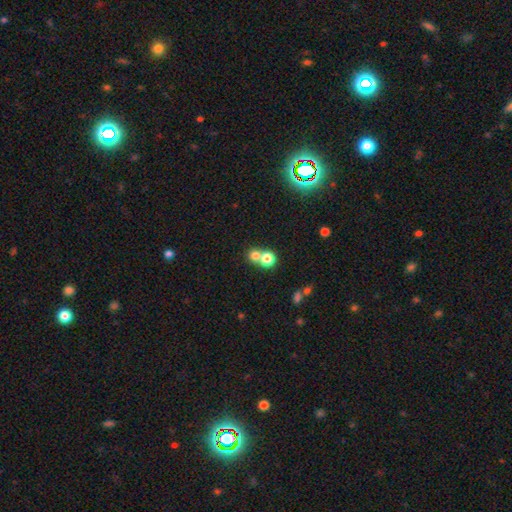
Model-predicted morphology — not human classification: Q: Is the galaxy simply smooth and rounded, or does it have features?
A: smooth — 73%.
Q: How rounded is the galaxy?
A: round — 86%.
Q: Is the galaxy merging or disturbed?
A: merger — 46%.